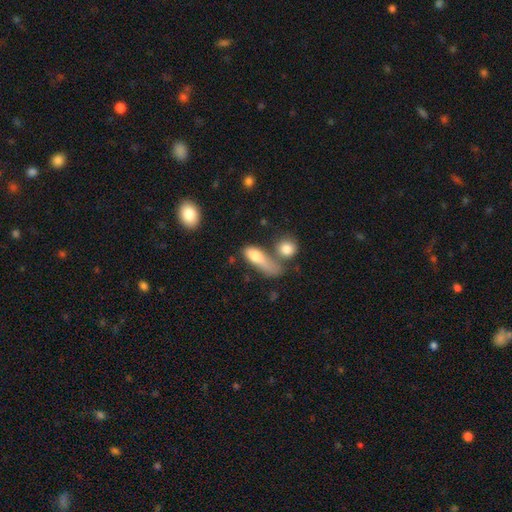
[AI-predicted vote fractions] Q: Smooth or featured?
A: smooth (73%); runner-up: featured or disk (19%)
Q: How rounded?
A: in between (62%); runner-up: cigar-shaped (29%)
Q: Merging?
A: merger (36%); runner-up: none (25%)